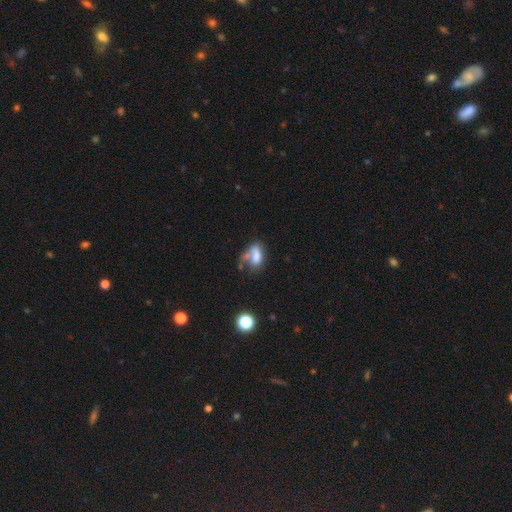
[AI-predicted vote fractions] The model was most divided on "merging" (2-way tie): major disturbance: 28%, none: 28%, merger: 25%, minor disturbance: 20%. More confident: how rounded — in between (84%); smooth or featured — smooth (64%).